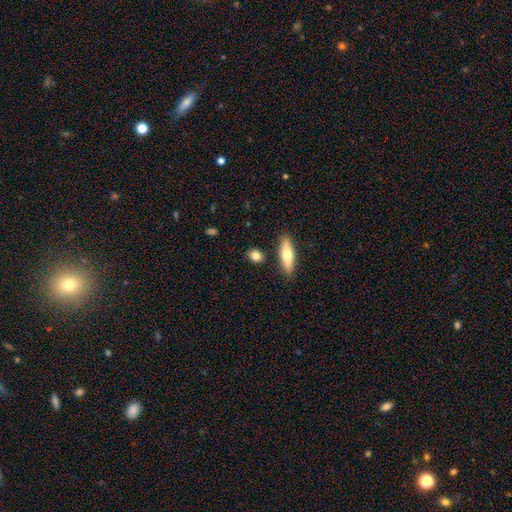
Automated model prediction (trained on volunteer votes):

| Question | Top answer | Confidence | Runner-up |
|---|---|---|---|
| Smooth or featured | smooth | 78% | featured or disk (14%) |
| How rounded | in between | 45% | round (39%) |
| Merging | none | 83% | minor disturbance (9%) |